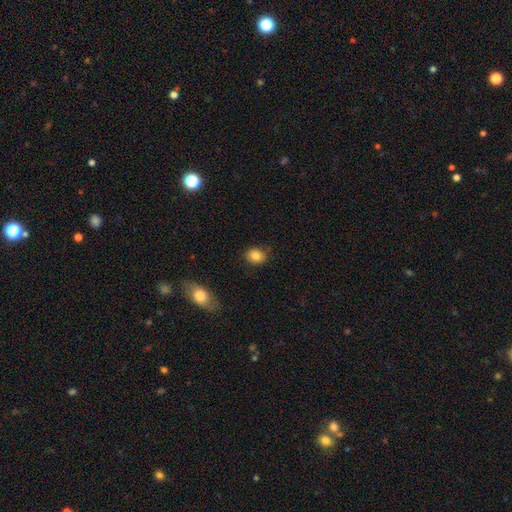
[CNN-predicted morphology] This appears to be a smooth galaxy with no disk features (84%) that is round (53%). Merging: none (84%).